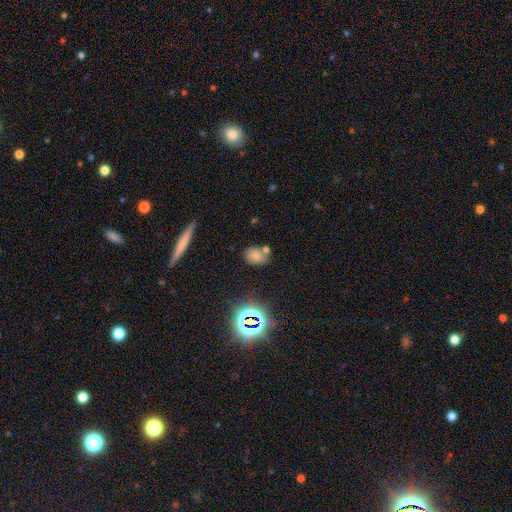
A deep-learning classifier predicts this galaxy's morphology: Smooth or featured?
  - smooth: 68% *
  - star or artifact: 21%
  - featured or disk: 11%
How rounded?
  - in between: 61% *
  - round: 37%
  - cigar-shaped: 2%
Merging?
  - none: 60% *
  - merger: 21%
  - minor disturbance: 14%
  - major disturbance: 5%